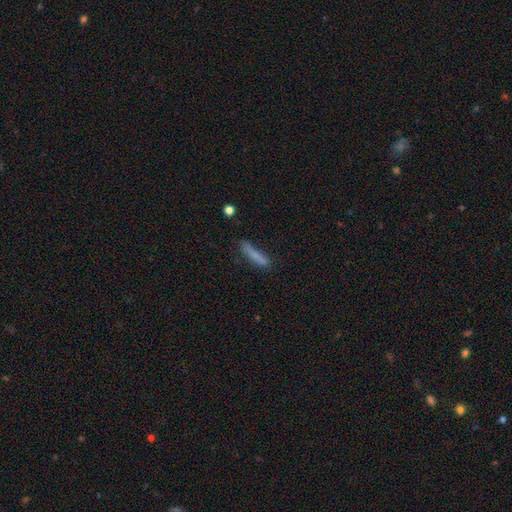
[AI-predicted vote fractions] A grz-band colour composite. It shows a smooth galaxy with no disk features (77%) that is cigar-shaped (91%). Merging: none (71%).